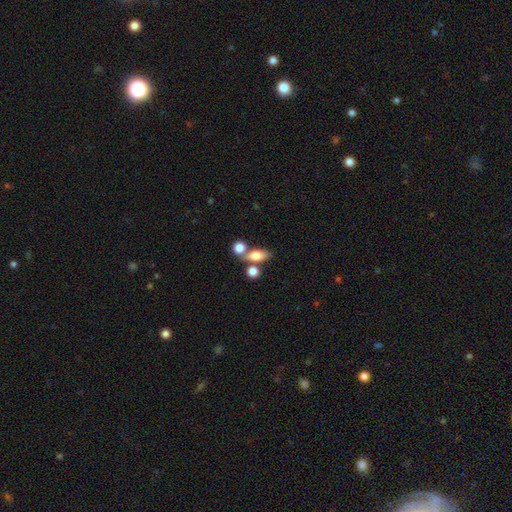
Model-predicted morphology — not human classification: type=smooth (77%); roundness=in between (74%); merging=none (50%).